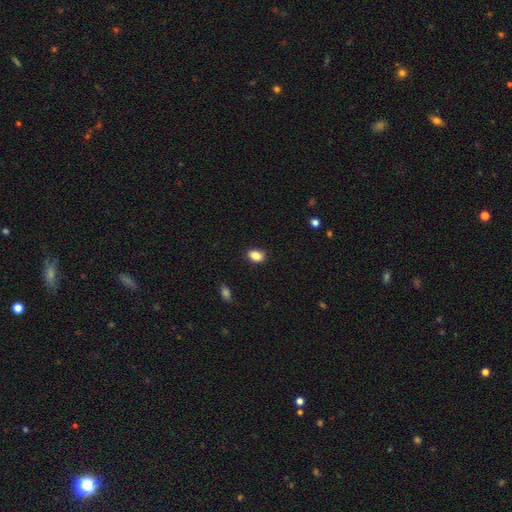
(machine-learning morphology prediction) Q: Smooth or featured?
A: smooth (85%); runner-up: star or artifact (9%)
Q: How rounded?
A: in between (78%); runner-up: round (20%)
Q: Merging?
A: none (86%); runner-up: minor disturbance (11%)